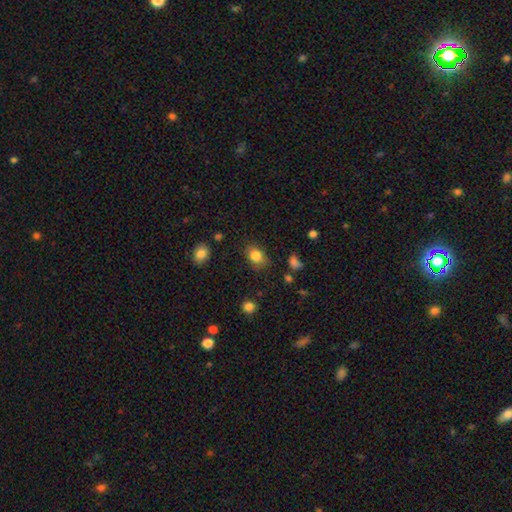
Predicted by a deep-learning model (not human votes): Overall: smooth (83%). How rounded: in between (67%; round 32%). Merging: none (78%).